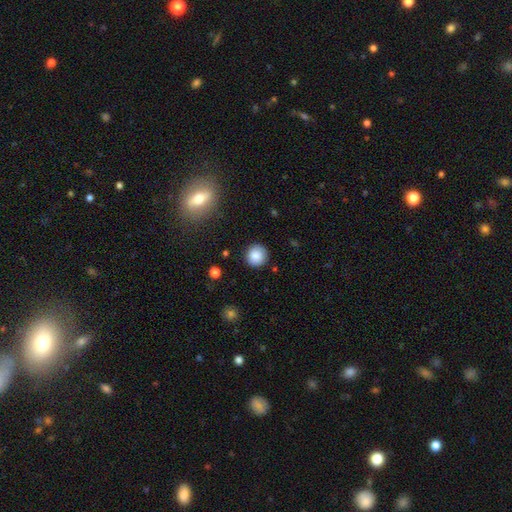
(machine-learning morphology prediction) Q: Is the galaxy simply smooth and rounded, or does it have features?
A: smooth — 84%.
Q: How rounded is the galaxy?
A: round — 94%.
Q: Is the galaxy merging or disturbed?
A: none — 91%.